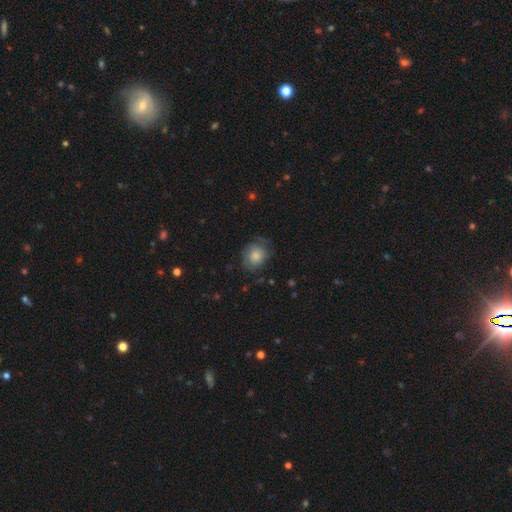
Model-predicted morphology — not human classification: Smooth or featured?
  - smooth: 75% *
  - featured or disk: 17%
  - star or artifact: 8%
How rounded?
  - round: 63% *
  - in between: 36%
  - cigar-shaped: 1%
Merging?
  - none: 58% *
  - minor disturbance: 28%
  - major disturbance: 13%
  - merger: 1%